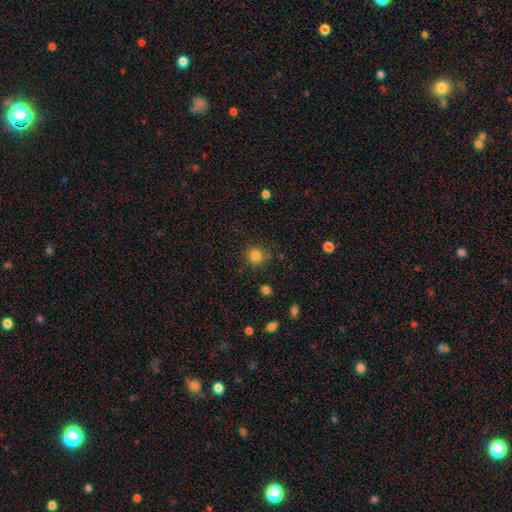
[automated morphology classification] This is clearly a smooth galaxy (83%). How rounded: clearly round (91%). Merging: clearly none (84%).